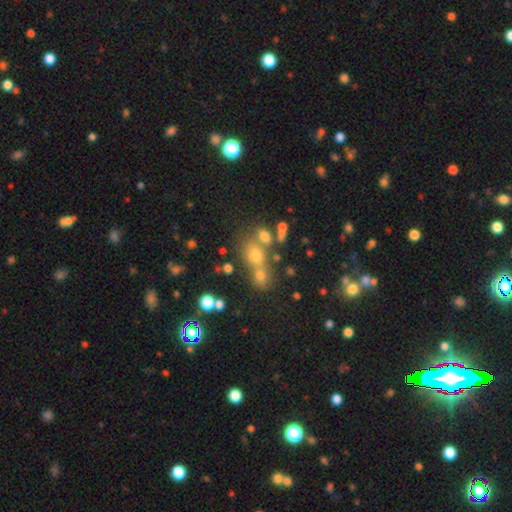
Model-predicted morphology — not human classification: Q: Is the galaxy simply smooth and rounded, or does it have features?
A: smooth — 57%.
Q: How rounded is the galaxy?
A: round — 57%.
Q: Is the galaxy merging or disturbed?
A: none — 45%.